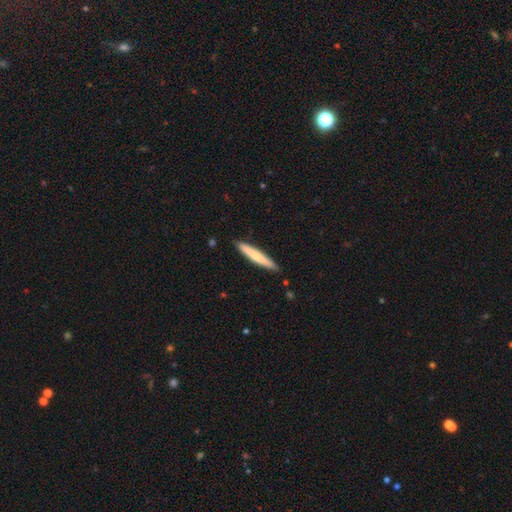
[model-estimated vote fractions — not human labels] This appears to be a smooth galaxy with no disk features (68%) that is cigar-shaped (94%). Merging: none (89%).